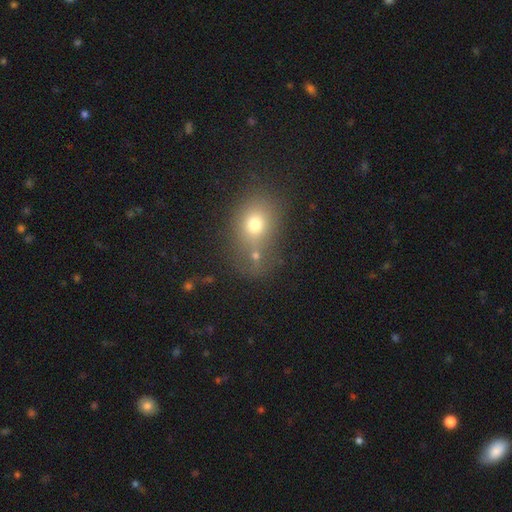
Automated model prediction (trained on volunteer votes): Smooth or featured? Predicted: smooth (p=0.66). How rounded? Predicted: round (p=0.52). Merging? Predicted: none (p=0.45).